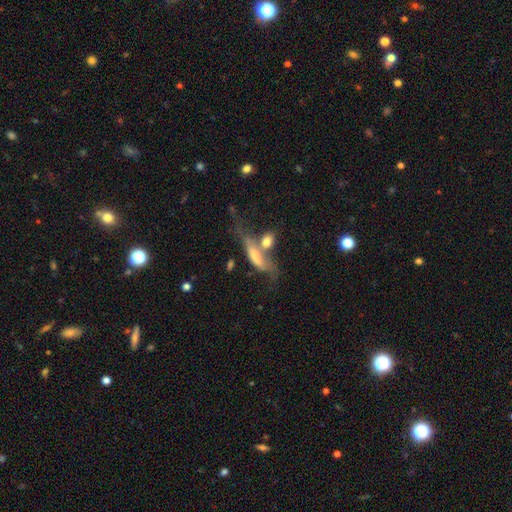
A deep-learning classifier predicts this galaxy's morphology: A smooth galaxy with no disk features (58%) that is cigar-shaped (58%).

Vote fractions:
- Smooth or featured? smooth: 58% / featured or disk: 34% / star or artifact: 8%
- How rounded? cigar-shaped: 58% / in between: 37% / round: 5%
- Merging? merger: 37% / none: 27% / major disturbance: 19% / minor disturbance: 18%